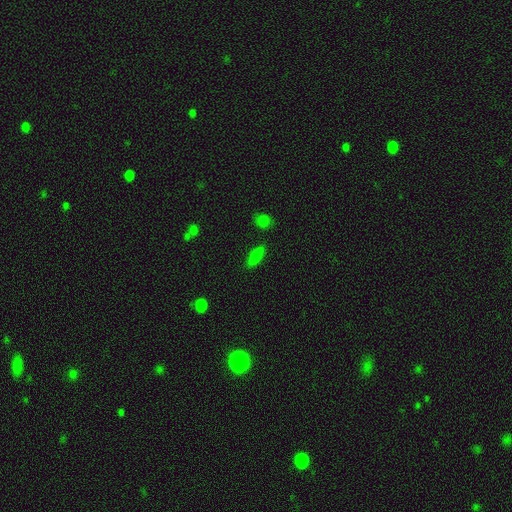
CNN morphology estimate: type=smooth (80%); roundness=cigar-shaped (53%); merging=none (85%).